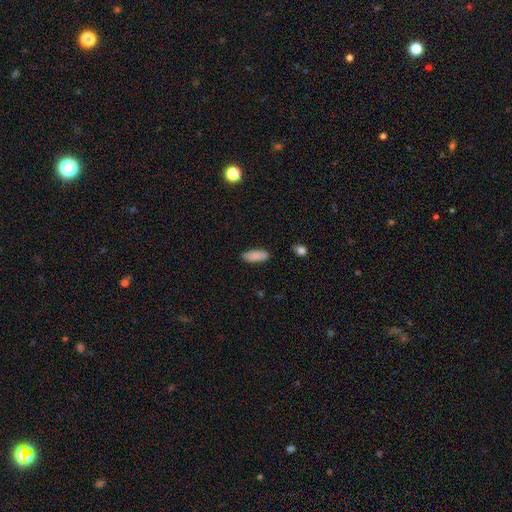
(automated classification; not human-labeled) Q: Smooth or featured?
A: smooth (88%); runner-up: star or artifact (7%)
Q: How rounded?
A: in between (75%); runner-up: cigar-shaped (23%)
Q: Merging?
A: none (85%); runner-up: minor disturbance (11%)